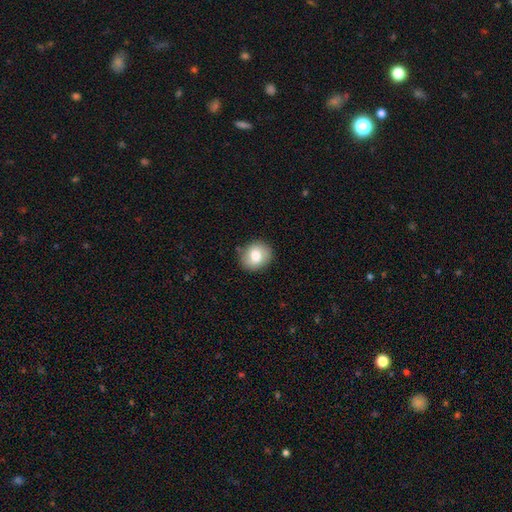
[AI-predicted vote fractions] This is likely a smooth galaxy (77%). How rounded: likely round (75%). Merging: clearly none (85%).